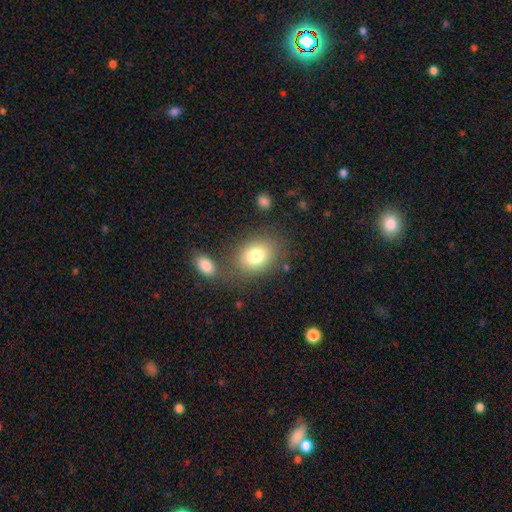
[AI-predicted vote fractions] A smooth galaxy with no disk features (79%) that is in between round and cigar-shaped (56%).

Vote fractions:
- Smooth or featured? smooth: 79% / featured or disk: 11% / star or artifact: 10%
- How rounded? in between: 56% / round: 43% / cigar-shaped: 1%
- Merging? none: 69% / minor disturbance: 13% / merger: 13% / major disturbance: 5%